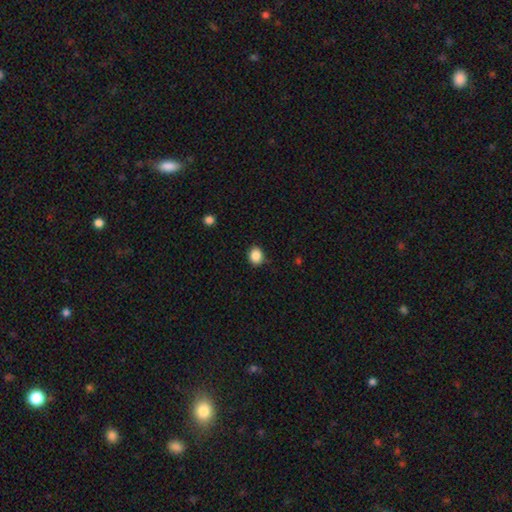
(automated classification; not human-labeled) Smooth or featured? smooth (87%)
How rounded? round (66%)
Merging? none (84%)